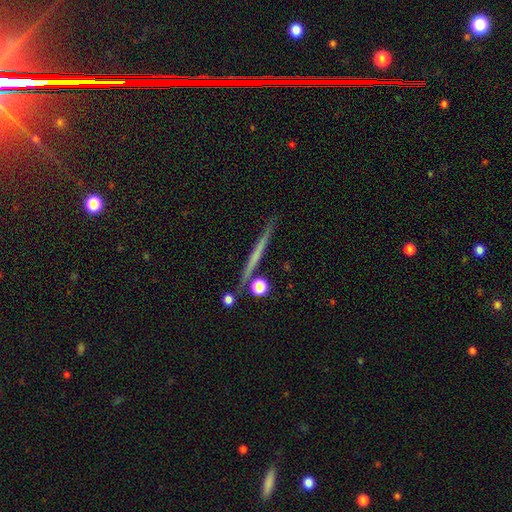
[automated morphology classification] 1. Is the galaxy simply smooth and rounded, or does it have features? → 52% featured or disk, 39% smooth, 9% star or artifact.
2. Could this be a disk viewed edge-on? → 96% yes, 4% no.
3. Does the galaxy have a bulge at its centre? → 88% none, 8% rounded, 4% boxy.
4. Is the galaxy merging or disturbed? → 87% none, 7% minor disturbance, 4% merger, 2% major disturbance.